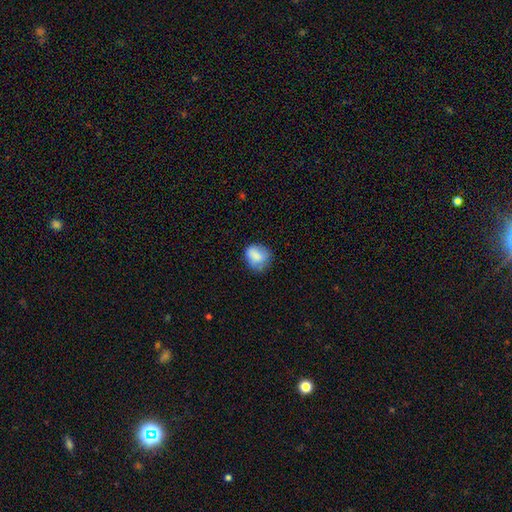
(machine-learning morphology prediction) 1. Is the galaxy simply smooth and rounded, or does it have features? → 80% smooth, 12% featured or disk, 9% star or artifact.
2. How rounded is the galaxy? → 64% round, 35% in between, 1% cigar-shaped.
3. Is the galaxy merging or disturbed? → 59% none, 29% minor disturbance, 10% major disturbance, 2% merger.